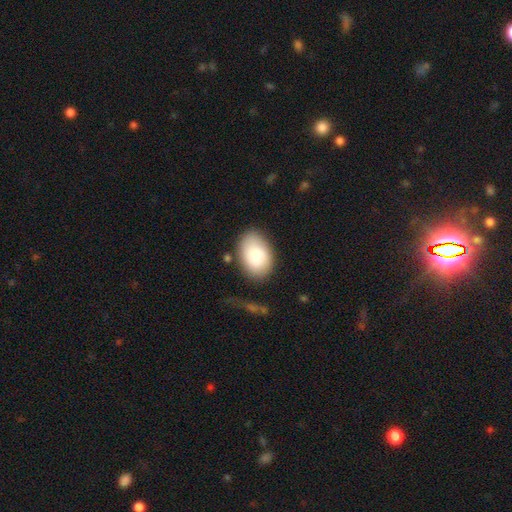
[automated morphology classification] This appears to be a smooth galaxy with no disk features (86%) that is in between round and cigar-shaped (88%). Merging: none (74%).